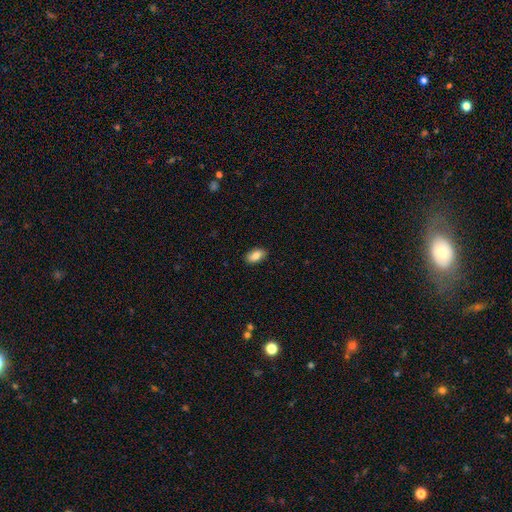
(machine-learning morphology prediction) Smooth or featured: smooth — 84% (featured or disk — 9%)
How rounded: in between — 92% (round — 5%)
Merging: none — 89% (minor disturbance — 9%)